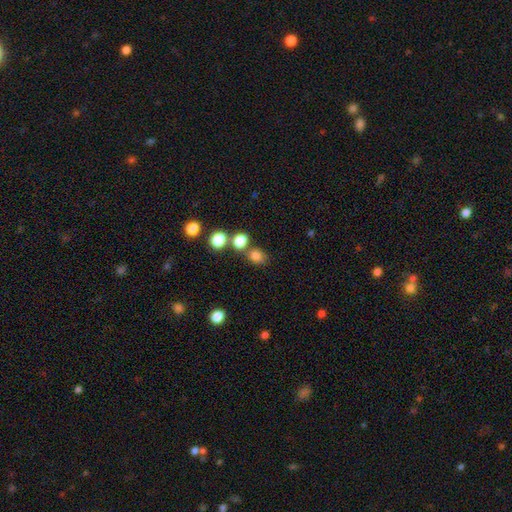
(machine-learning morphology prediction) Overall: smooth (80%). How rounded: round (63%; in between 35%). Merging: none (66%).